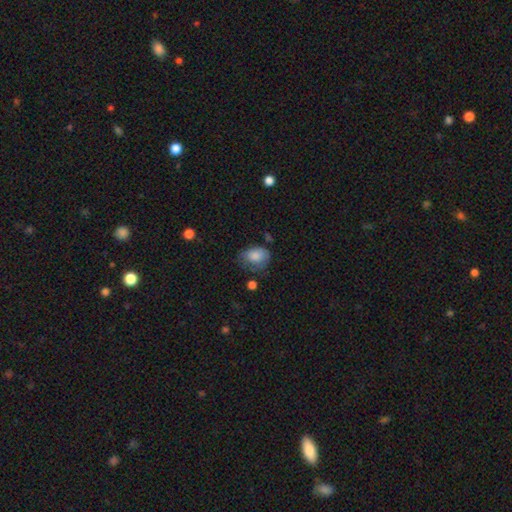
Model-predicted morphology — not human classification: smooth 78%, featured or disk 14%, star or artifact 8%. Down the decision tree: how rounded — in between (72%); merging — none (39%).